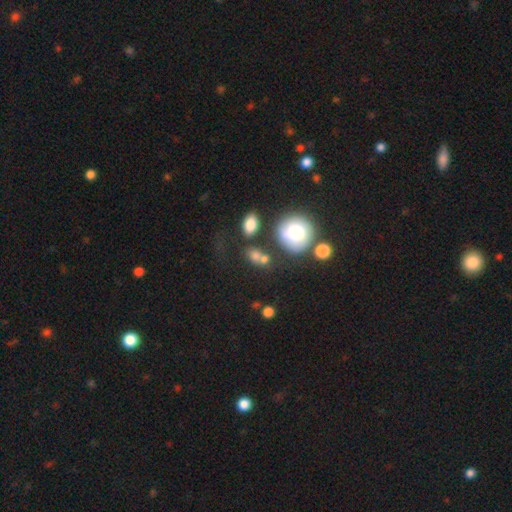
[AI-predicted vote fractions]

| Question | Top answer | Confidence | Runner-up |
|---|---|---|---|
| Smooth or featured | smooth | 73% | featured or disk (14%) |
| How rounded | in between | 48% | tied: round (48%) |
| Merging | none | 47% | merger (26%) |